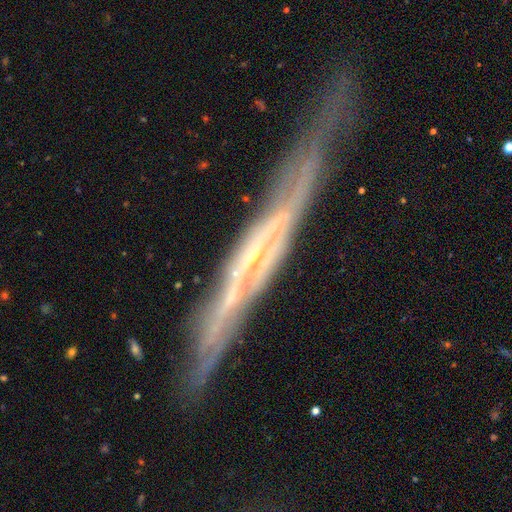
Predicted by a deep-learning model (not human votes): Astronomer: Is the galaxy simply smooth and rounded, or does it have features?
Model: featured or disk — 83%.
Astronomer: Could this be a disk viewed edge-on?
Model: yes — 84%.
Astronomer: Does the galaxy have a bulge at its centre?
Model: none — 50% (runner-up: rounded, 39%).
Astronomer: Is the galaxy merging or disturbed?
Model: none — 70%.